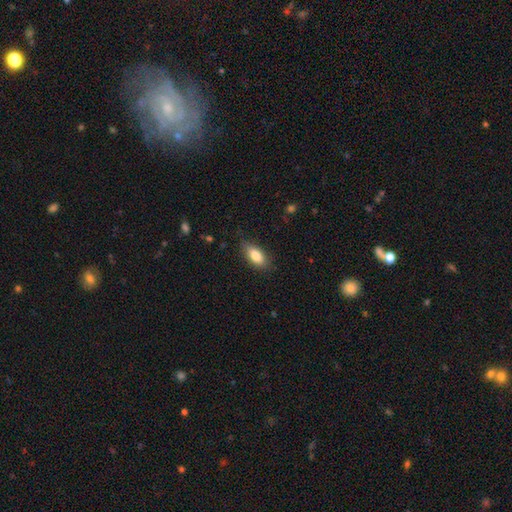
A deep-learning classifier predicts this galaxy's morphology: smooth-or-featured: smooth: 83% | featured or disk: 10% | star or artifact: 7%
  how-rounded: in between: 85% | cigar-shaped: 12% | round: 3%
  merging: none: 81% | minor disturbance: 15% | major disturbance: 3% | merger: 1%